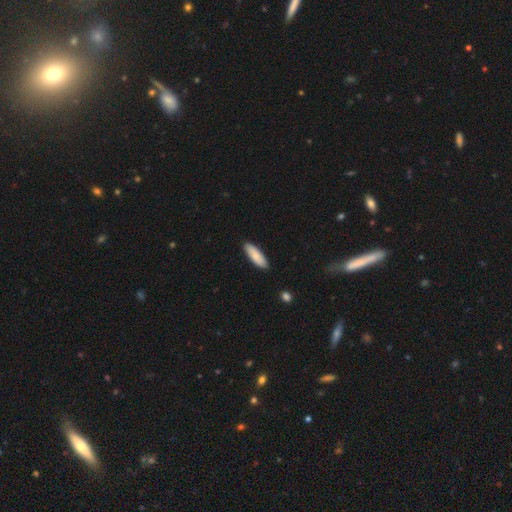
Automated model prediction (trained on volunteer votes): smooth-or-featured: smooth: 84% | featured or disk: 10% | star or artifact: 5%
  how-rounded: in between: 50% | cigar-shaped: 48% | round: 1%
  merging: none: 89% | minor disturbance: 8% | major disturbance: 1% | merger: 1%